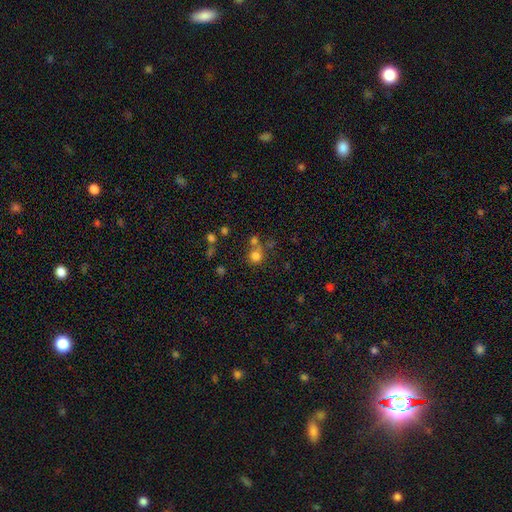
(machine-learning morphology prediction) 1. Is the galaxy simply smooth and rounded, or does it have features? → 76% smooth, 16% star or artifact, 8% featured or disk.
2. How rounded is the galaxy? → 87% round, 12% in between, 1% cigar-shaped.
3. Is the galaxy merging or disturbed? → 55% none, 31% merger, 9% minor disturbance, 5% major disturbance.